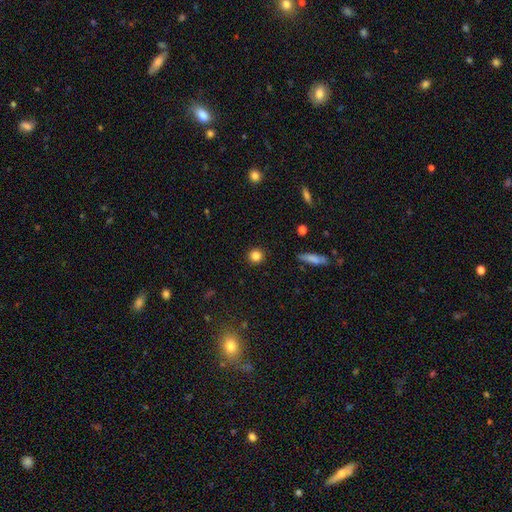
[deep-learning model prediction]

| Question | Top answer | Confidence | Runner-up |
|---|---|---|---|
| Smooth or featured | smooth | 84% | star or artifact (11%) |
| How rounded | round | 93% | in between (6%) |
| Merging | none | 91% | minor disturbance (6%) |